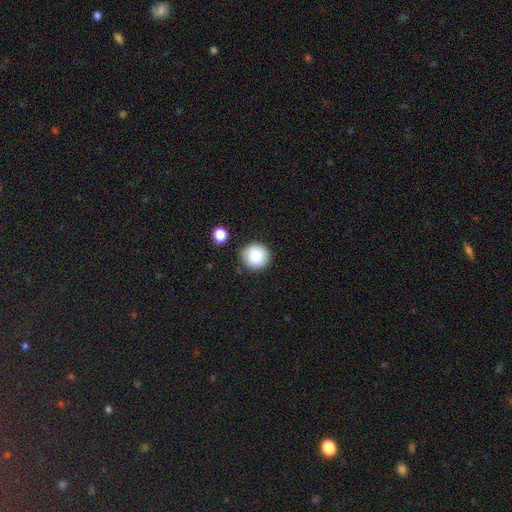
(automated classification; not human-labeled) smooth-or-featured: smooth: 86% | star or artifact: 9% | featured or disk: 5%
  how-rounded: round: 92% | in between: 7% | cigar-shaped: 1%
  merging: none: 82% | minor disturbance: 12% | merger: 4% | major disturbance: 3%